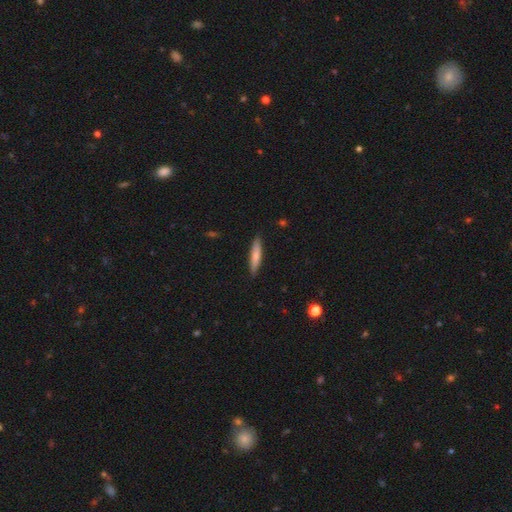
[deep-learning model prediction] Smooth or featured?
  - smooth: 71% *
  - featured or disk: 23%
  - star or artifact: 6%
How rounded?
  - cigar-shaped: 85% *
  - in between: 13%
  - round: 1%
Merging?
  - none: 88% *
  - minor disturbance: 9%
  - major disturbance: 2%
  - merger: 1%